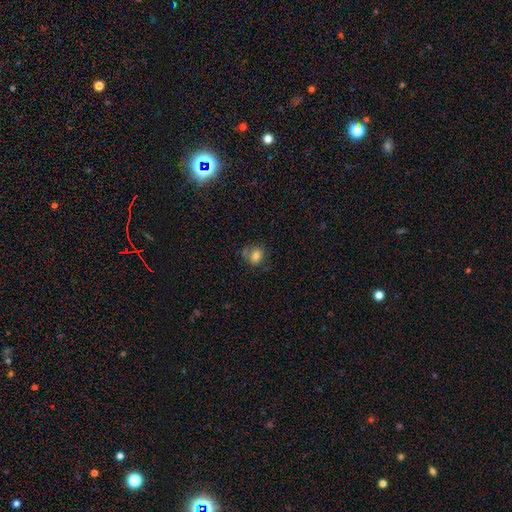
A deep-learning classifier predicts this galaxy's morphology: smooth_or_featured: smooth (p=0.79) [alt: star or artifact p=0.12]
how_rounded: in between (p=0.51) [alt: round p=0.48]
merging: none (p=0.58) [alt: minor disturbance p=0.21]